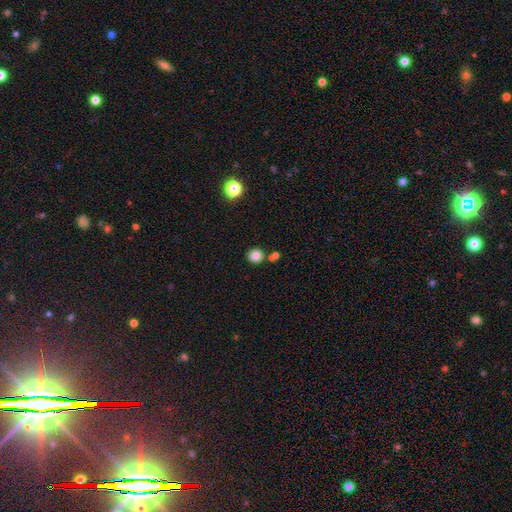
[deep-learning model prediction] The model was most divided on "merging": none: 78%, merger: 11%, minor disturbance: 9%, major disturbance: 3%. More confident: how rounded — round (86%); smooth or featured — smooth (85%).